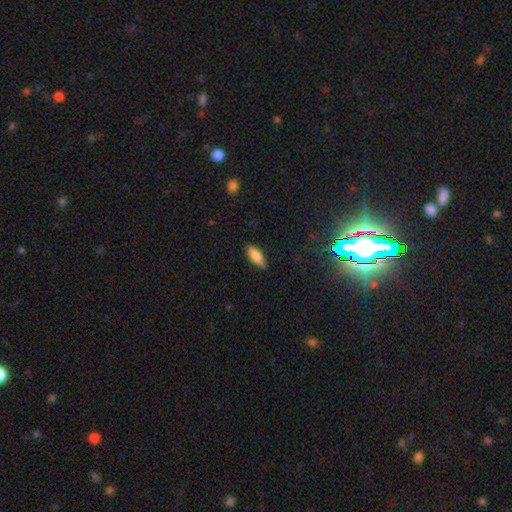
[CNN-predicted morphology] A smooth galaxy with no disk features (70%) that is in between round and cigar-shaped (56%). Merging: none (84%).